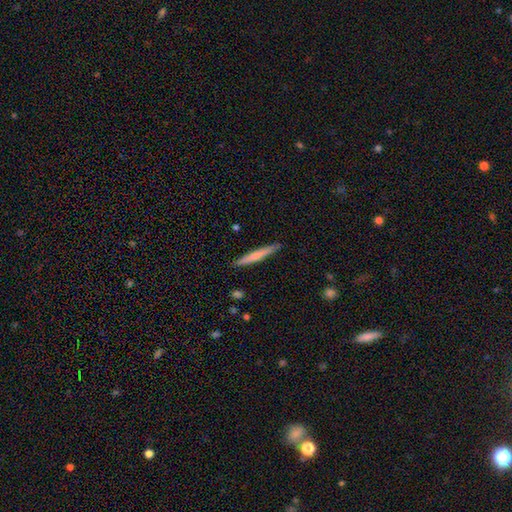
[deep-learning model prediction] Smooth or featured? Predicted: smooth (p=0.60). How rounded? Predicted: cigar-shaped (p=0.96). Merging? Predicted: none (p=0.90).